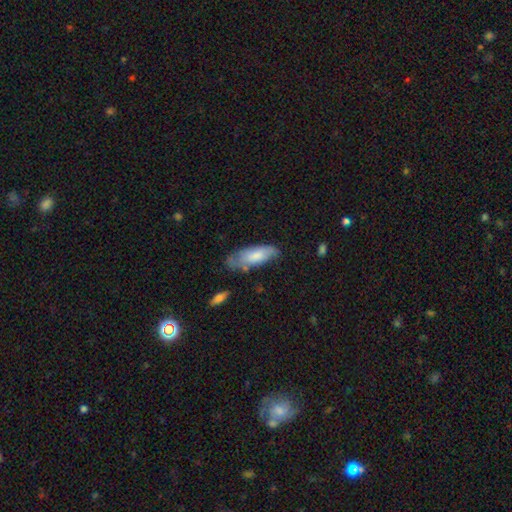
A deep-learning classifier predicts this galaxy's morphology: Q: Smooth or featured?
A: smooth (69%); runner-up: featured or disk (25%)
Q: How rounded?
A: in between (74%); runner-up: cigar-shaped (25%)
Q: Merging?
A: none (55%); runner-up: minor disturbance (31%)